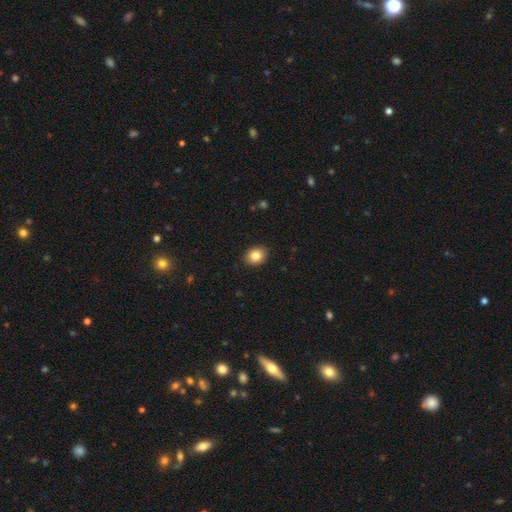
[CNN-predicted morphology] Q: Smooth or featured?
A: smooth (83%); runner-up: star or artifact (9%)
Q: How rounded?
A: round (52%); runner-up: in between (47%)
Q: Merging?
A: none (90%); runner-up: minor disturbance (7%)